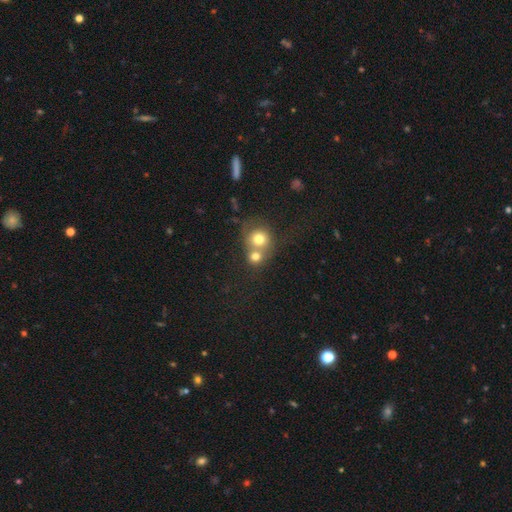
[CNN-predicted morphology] Smooth or featured? Predicted: smooth (p=0.70). How rounded? Predicted: round (p=0.83). Merging? Predicted: merger (p=0.54).